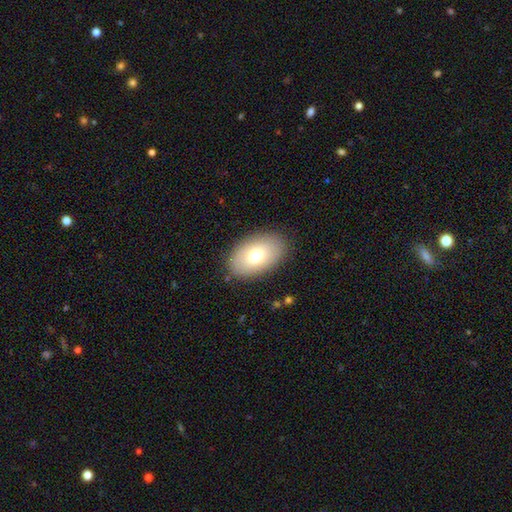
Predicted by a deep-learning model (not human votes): This appears to be a smooth galaxy with no disk features (72%) that is in between round and cigar-shaped (91%). Merging: none (87%).